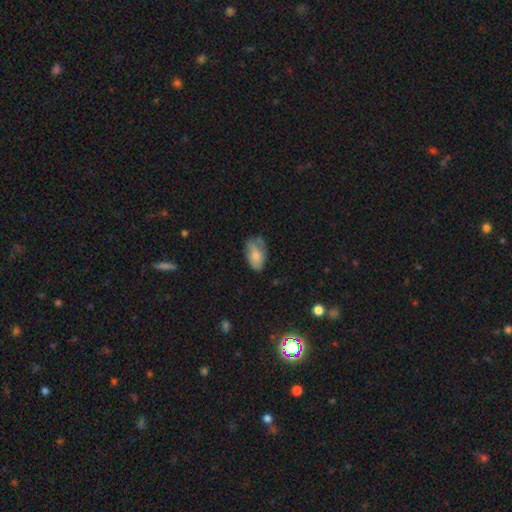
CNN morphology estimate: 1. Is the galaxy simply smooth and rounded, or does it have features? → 73% smooth, 19% featured or disk, 7% star or artifact.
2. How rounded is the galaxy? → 92% in between, 6% round, 2% cigar-shaped.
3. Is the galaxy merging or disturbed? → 50% none, 35% minor disturbance, 12% major disturbance, 3% merger.